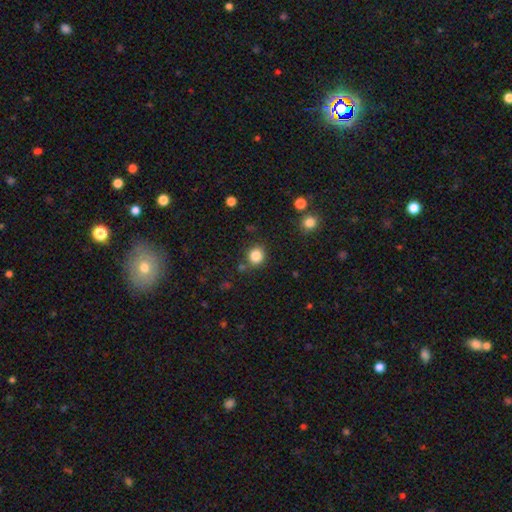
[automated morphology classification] This appears to be a smooth galaxy with no disk features (85%) that is round (82%). Merging: none (82%).